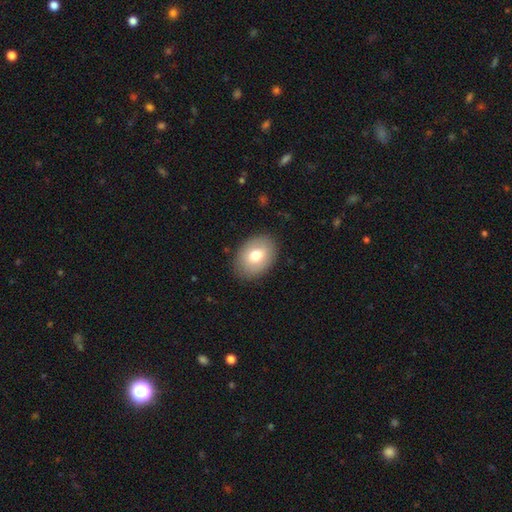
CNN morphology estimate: Q: Smooth or featured?
A: smooth (73%); runner-up: featured or disk (19%)
Q: How rounded?
A: in between (75%); runner-up: round (24%)
Q: Merging?
A: none (85%); runner-up: minor disturbance (11%)